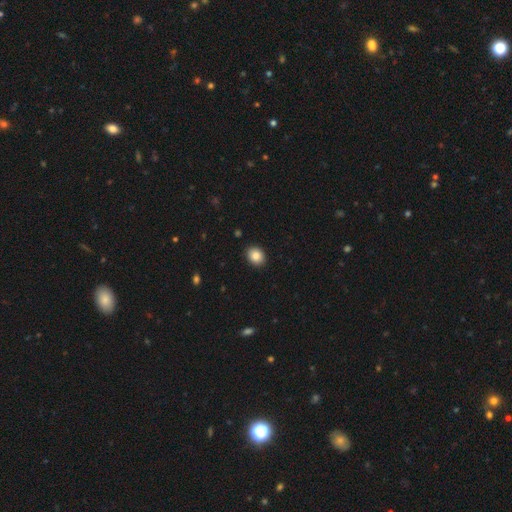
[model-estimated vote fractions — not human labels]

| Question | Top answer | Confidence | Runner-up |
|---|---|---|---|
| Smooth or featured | smooth | 85% | star or artifact (9%) |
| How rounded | in between | 52% | round (47%) |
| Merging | none | 91% | minor disturbance (6%) |